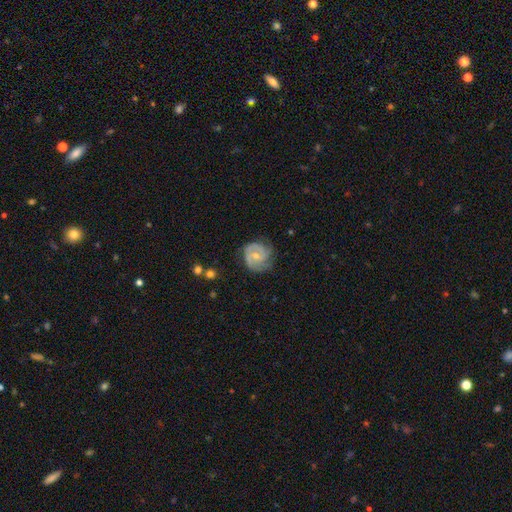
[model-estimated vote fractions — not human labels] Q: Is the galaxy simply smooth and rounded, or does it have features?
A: featured or disk — 80%.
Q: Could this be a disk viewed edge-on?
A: no — 98%.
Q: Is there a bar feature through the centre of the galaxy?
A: no — 50%.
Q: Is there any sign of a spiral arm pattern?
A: yes — 95%.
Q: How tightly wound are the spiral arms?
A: tight — 53%.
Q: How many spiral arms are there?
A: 2 — 42%.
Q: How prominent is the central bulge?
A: small — 53%.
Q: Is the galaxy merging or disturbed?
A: none — 67%.